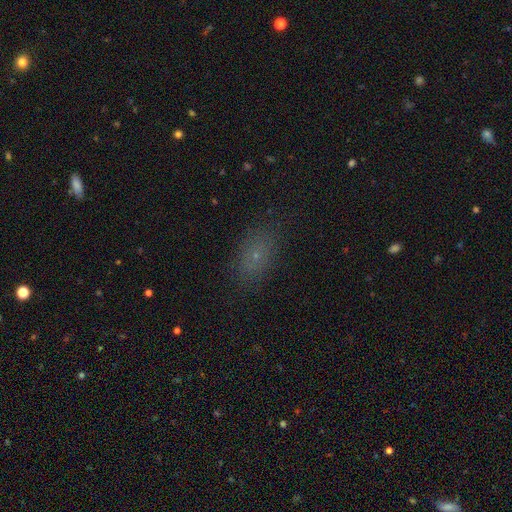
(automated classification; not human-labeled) Smooth or featured? smooth (65%)
How rounded? in between (82%)
Merging? none (80%)